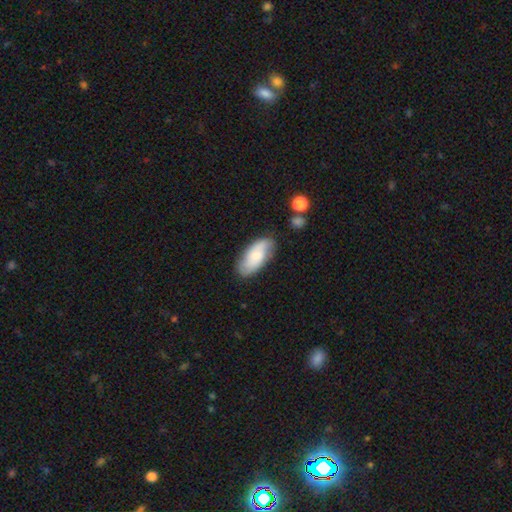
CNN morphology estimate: Smooth or featured? Predicted: smooth (p=0.64). How rounded? Predicted: in between (p=0.90). Merging? Predicted: none (p=0.74).